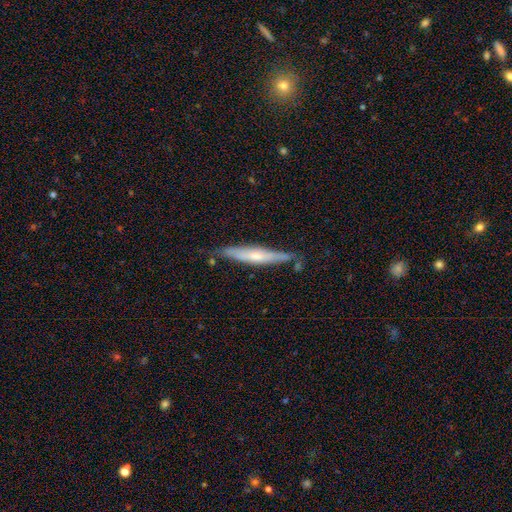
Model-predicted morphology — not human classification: type=featured or disk (51%); edge-on=yes (90%); merging=none (77%).